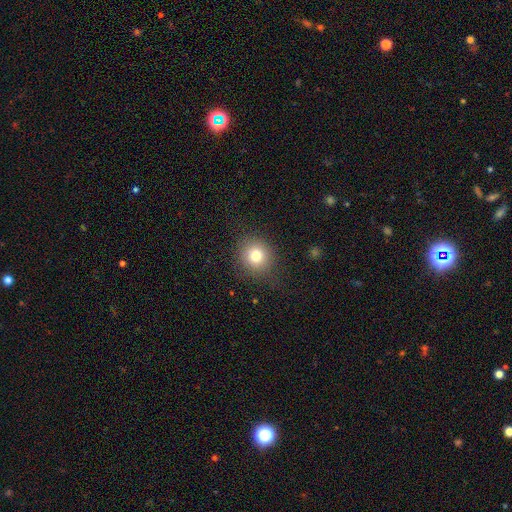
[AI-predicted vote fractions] smooth_or_featured: smooth (p=0.78) [alt: star or artifact p=0.12]
how_rounded: round (p=0.87) [alt: in between p=0.12]
merging: none (p=0.85) [alt: minor disturbance p=0.10]